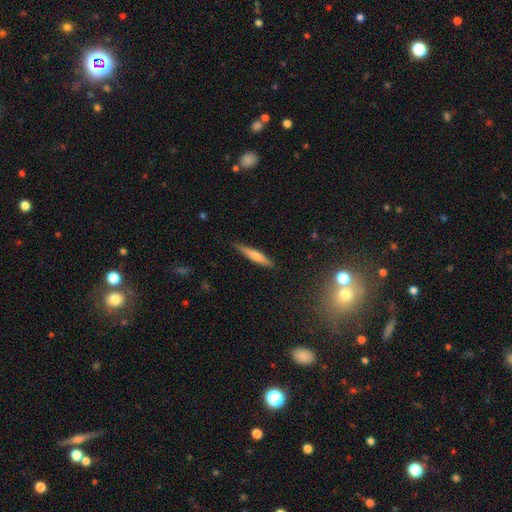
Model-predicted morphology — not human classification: The model was most divided on "smooth or featured": smooth: 63%, featured or disk: 31%, star or artifact: 7%. More confident: how rounded — cigar-shaped (91%); merging — none (82%).